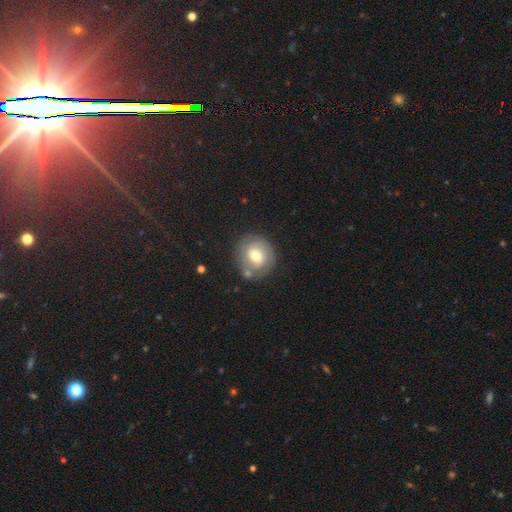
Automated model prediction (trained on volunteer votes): Smooth or featured: smooth — 50% (featured or disk — 41%)
How rounded: round — 80% (in between — 19%)
Merging: none — 73% (minor disturbance — 15%)